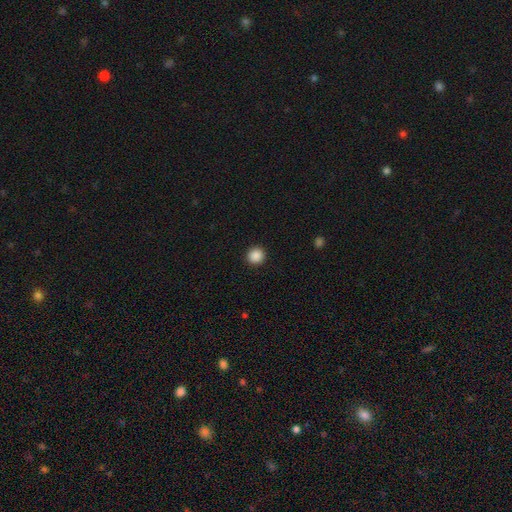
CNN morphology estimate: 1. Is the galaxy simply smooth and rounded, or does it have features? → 88% smooth, 9% star or artifact, 2% featured or disk.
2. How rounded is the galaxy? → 92% round, 7% in between, 1% cigar-shaped.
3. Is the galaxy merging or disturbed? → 93% none, 5% minor disturbance, 2% major disturbance, 1% merger.